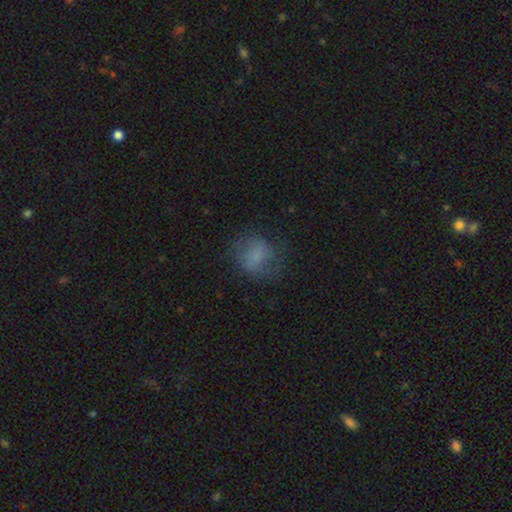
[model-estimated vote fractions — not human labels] The model was most divided on "how rounded": round: 65%, in between: 34%, cigar-shaped: 1%. More confident: smooth or featured — smooth (66%); merging — none (60%).